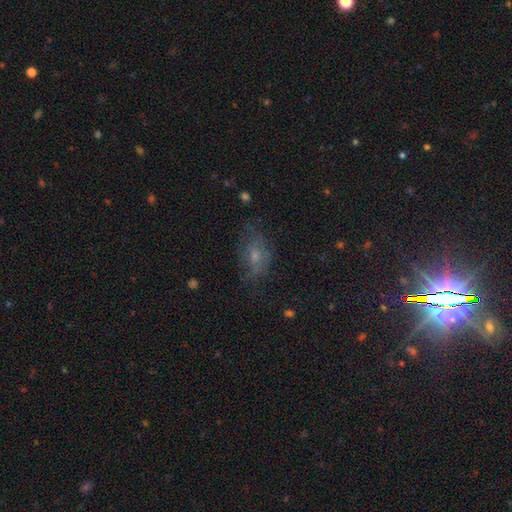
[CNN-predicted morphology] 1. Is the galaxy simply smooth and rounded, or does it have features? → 52% smooth, 32% featured or disk, 16% star or artifact.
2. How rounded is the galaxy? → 80% in between, 17% round, 3% cigar-shaped.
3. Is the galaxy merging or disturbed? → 56% none, 26% minor disturbance, 16% major disturbance, 2% merger.